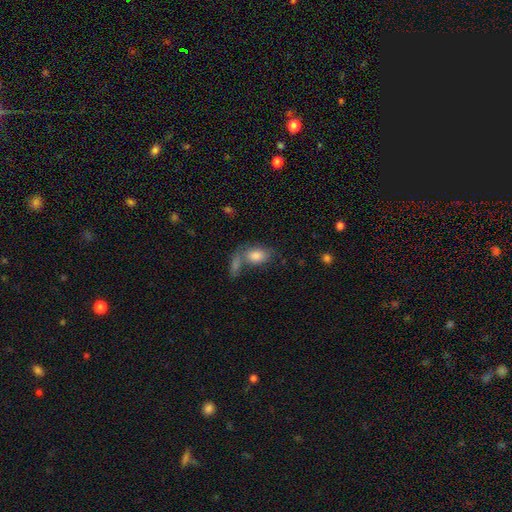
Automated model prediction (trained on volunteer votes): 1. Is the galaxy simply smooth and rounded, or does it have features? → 81% smooth, 11% featured or disk, 8% star or artifact.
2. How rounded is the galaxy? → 86% in between, 12% round, 2% cigar-shaped.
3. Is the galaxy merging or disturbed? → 45% none, 35% merger, 13% minor disturbance, 7% major disturbance.